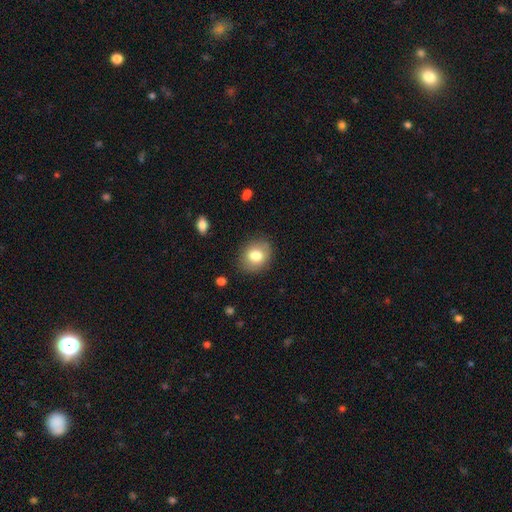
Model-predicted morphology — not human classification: type=smooth (79%); roundness=round (54%); merging=none (83%).